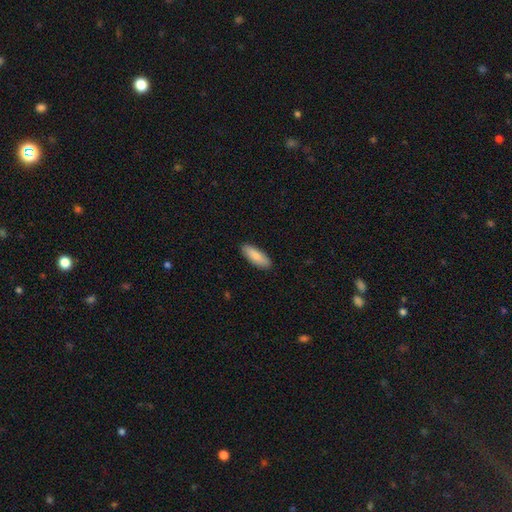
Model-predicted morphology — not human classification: Smooth or featured? smooth (84%)
How rounded? in between (65%)
Merging? none (89%)